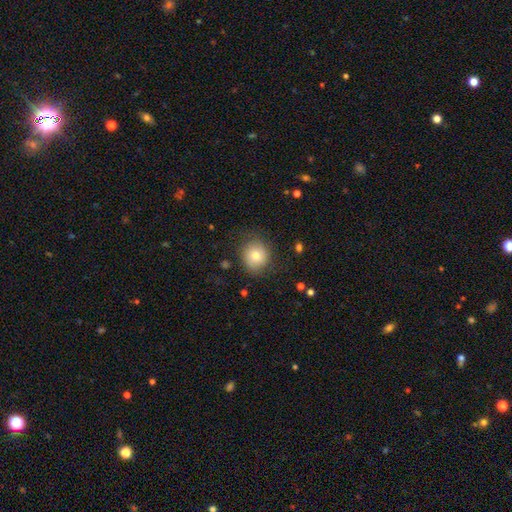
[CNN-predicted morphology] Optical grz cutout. It shows a smooth galaxy with no disk features (77%) that is round (80%). Merging: none (79%).